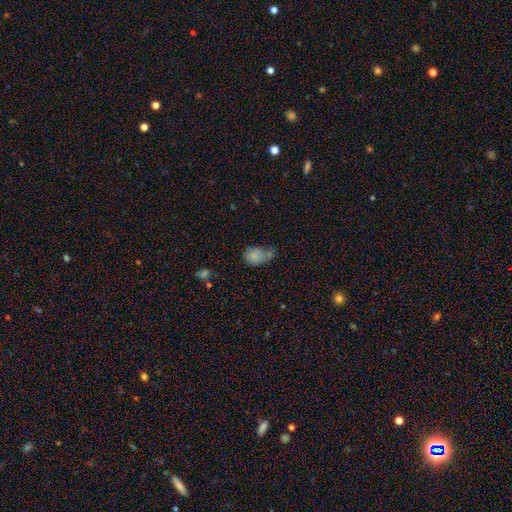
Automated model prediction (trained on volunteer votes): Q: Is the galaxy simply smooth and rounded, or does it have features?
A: smooth — 75%.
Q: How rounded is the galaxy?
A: in between — 70%.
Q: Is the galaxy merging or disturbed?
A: none — 35%.